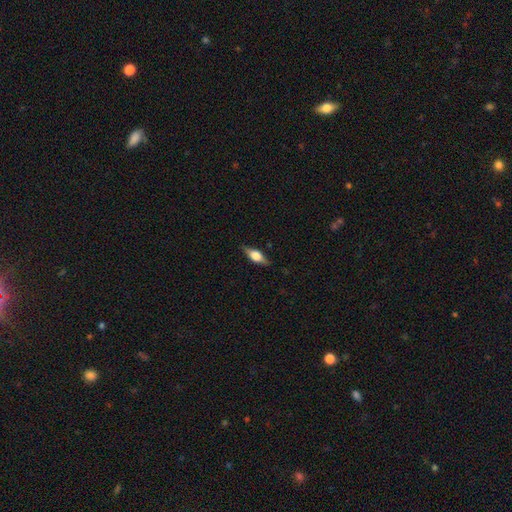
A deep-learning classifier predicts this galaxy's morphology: Overall: featured or disk (55%; smooth 38%). Edge-on disk: yes (94%). Edge-on bulge: rounded (89%). Merging: none (83%).